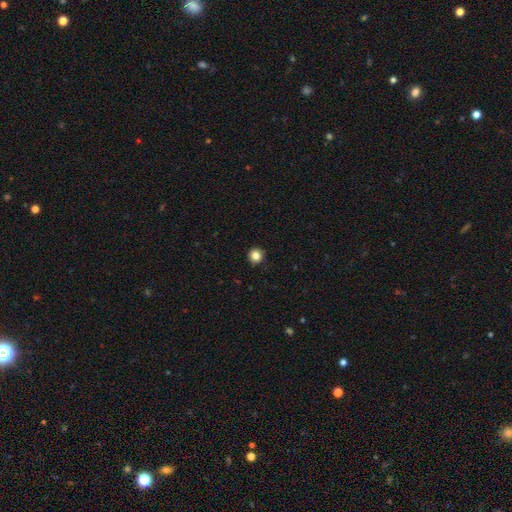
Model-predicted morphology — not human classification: smooth 84%, star or artifact 11%, featured or disk 5%. Down the decision tree: how rounded — round (91%); merging — none (90%).